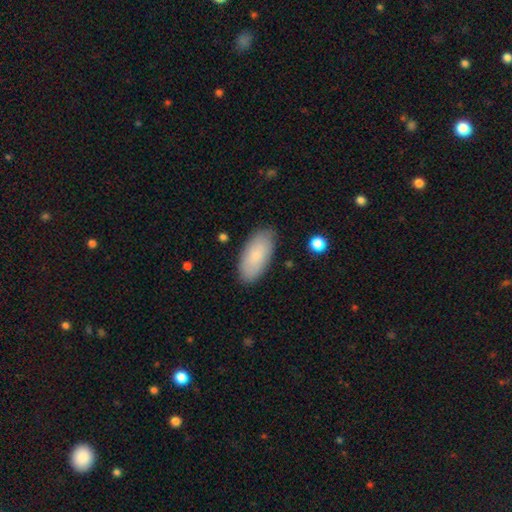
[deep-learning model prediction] Smooth or featured: smooth — 86% (featured or disk — 9%)
How rounded: in between — 91% (cigar-shaped — 7%)
Merging: none — 85% (minor disturbance — 11%)